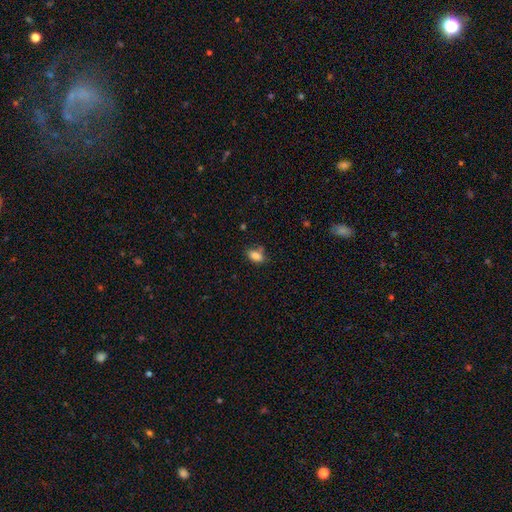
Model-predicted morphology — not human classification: This is clearly a smooth galaxy (84%). How rounded: clearly in between (87%). Merging: likely none (66%).